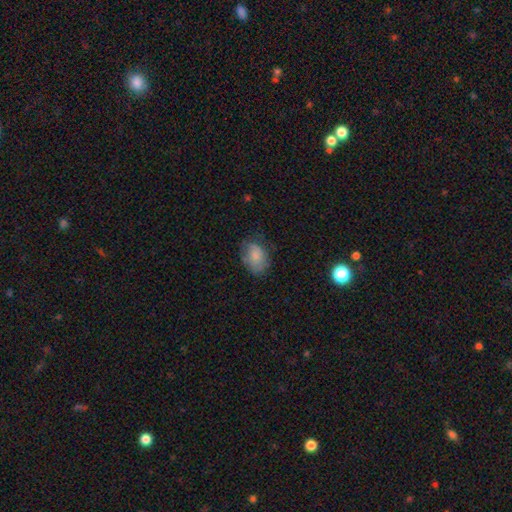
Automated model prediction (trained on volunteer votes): Morphology: type=smooth (76%); roundness=in between (78%); merging=none (58%).